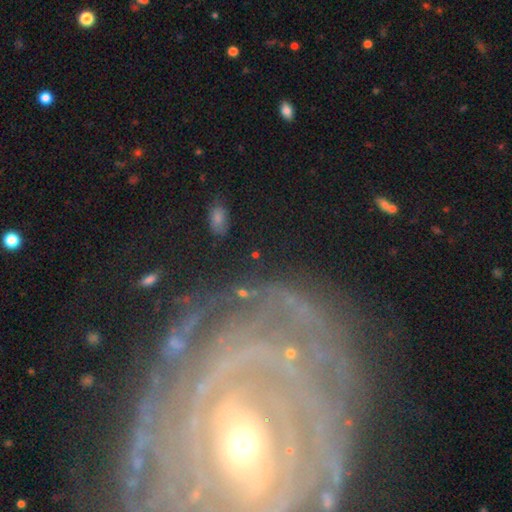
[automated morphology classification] Q: Smooth or featured?
A: featured or disk (48%); runner-up: smooth (34%)
Q: Merging?
A: none (77%); runner-up: minor disturbance (13%)